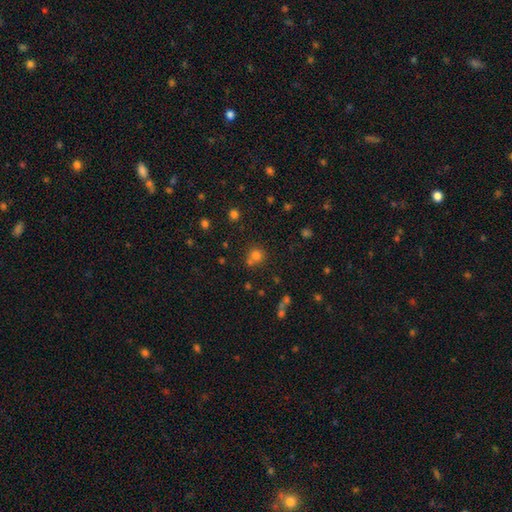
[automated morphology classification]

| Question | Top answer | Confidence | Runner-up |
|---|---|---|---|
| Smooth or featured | smooth | 74% | star or artifact (18%) |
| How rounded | round | 89% | in between (10%) |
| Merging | none | 60% | merger (28%) |